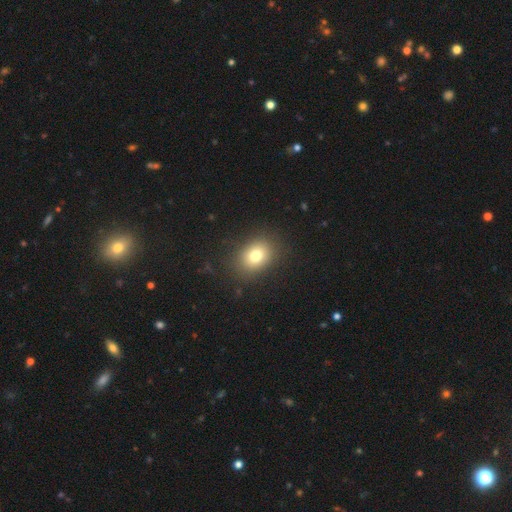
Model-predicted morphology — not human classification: This appears to be a smooth galaxy with no disk features (77%) that is in between round and cigar-shaped (58%). Merging: none (85%).